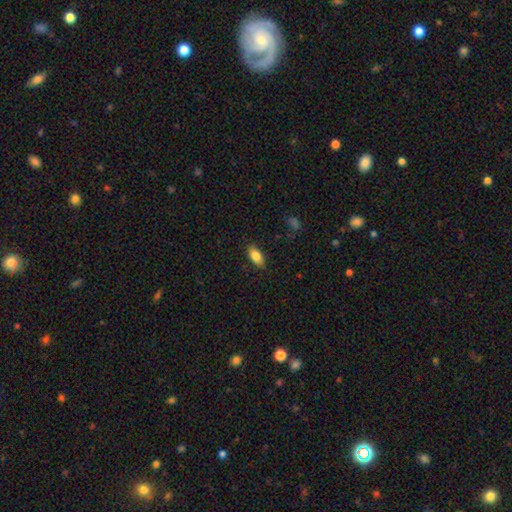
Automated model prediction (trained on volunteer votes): smooth 83%, featured or disk 10%, star or artifact 7%. Down the decision tree: how rounded — in between (88%); merging — none (84%).